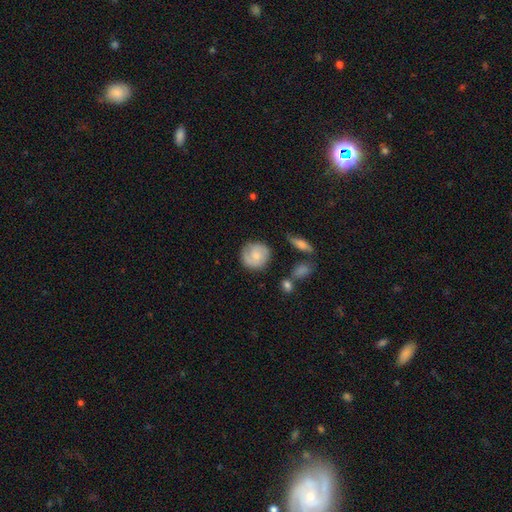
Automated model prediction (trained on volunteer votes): Morphology: type=smooth (50%); roundness=round (84%); merging=none (72%).